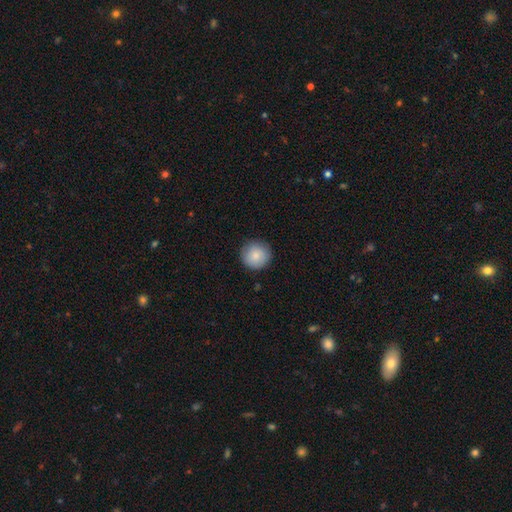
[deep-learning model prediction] A smooth galaxy with no disk features (86%) that is round (95%).

Vote fractions:
- Smooth or featured? smooth: 86% / featured or disk: 7% / star or artifact: 7%
- How rounded? round: 95% / in between: 4% / cigar-shaped: 1%
- Merging? none: 89% / minor disturbance: 8% / major disturbance: 2% / merger: 1%